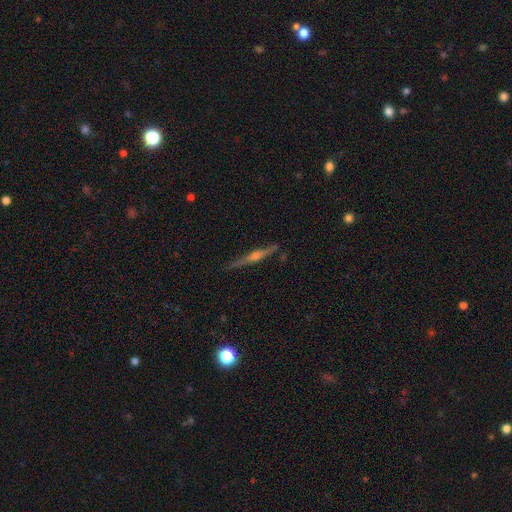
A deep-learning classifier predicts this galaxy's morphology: Q: Smooth or featured?
A: featured or disk (79%); runner-up: smooth (14%)
Q: Edge-on disk?
A: yes (98%); runner-up: no (2%)
Q: Edge-on bulge?
A: rounded (91%); runner-up: none (5%)
Q: Merging?
A: none (88%); runner-up: minor disturbance (9%)